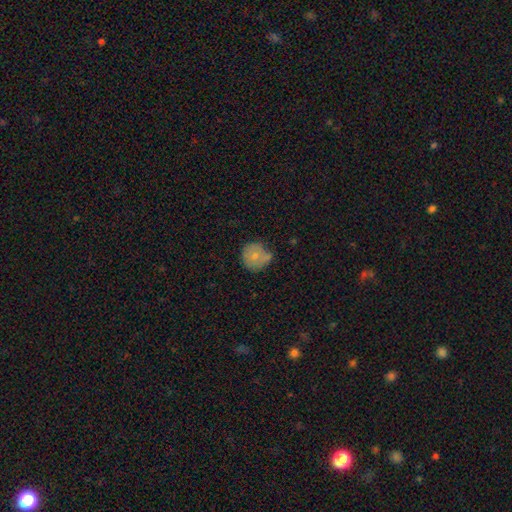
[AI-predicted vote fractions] smooth-or-featured: smooth: 71% | featured or disk: 21% | star or artifact: 8%
  how-rounded: round: 89% | in between: 10% | cigar-shaped: 1%
  merging: none: 57% | minor disturbance: 27% | merger: 9% | major disturbance: 7%